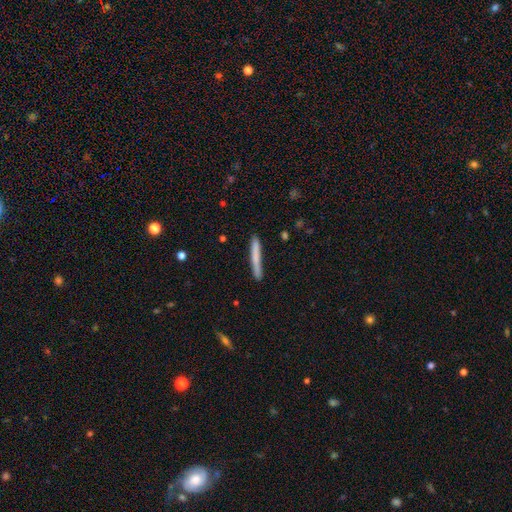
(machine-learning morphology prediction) A smooth galaxy with no disk features (71%) that is cigar-shaped (97%). Merging: none (86%).